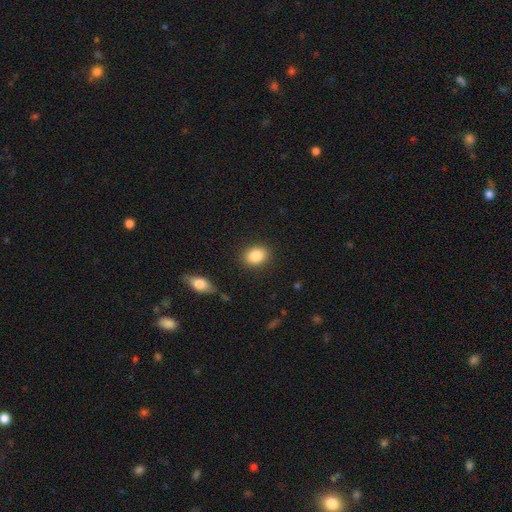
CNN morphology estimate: smooth_or_featured: smooth (p=0.86) [alt: star or artifact p=0.08]
how_rounded: in between (p=0.65) [alt: round p=0.33]
merging: none (p=0.86) [alt: minor disturbance p=0.09]